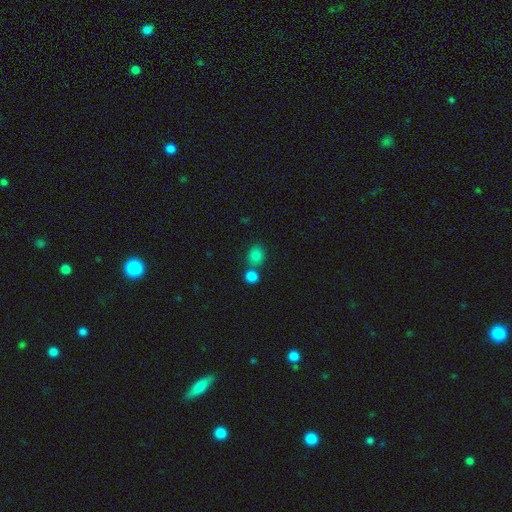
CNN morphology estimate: This appears to be a smooth galaxy with no disk features (83%) that is round (71%). Merging: none (60%).